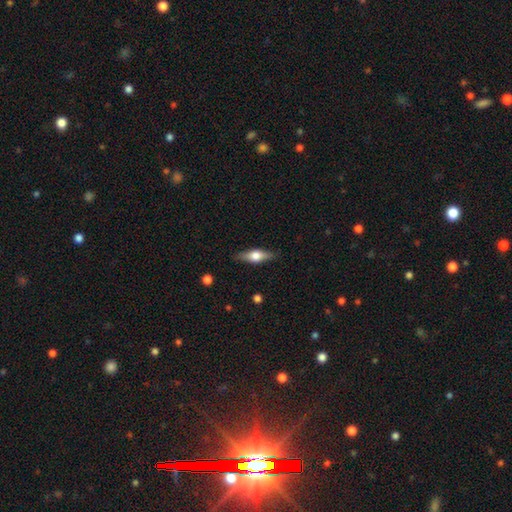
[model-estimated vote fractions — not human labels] Q: Smooth or featured?
A: featured or disk (52%); runner-up: smooth (42%)
Q: Edge-on disk?
A: yes (93%); runner-up: no (7%)
Q: Merging?
A: none (87%); runner-up: minor disturbance (10%)